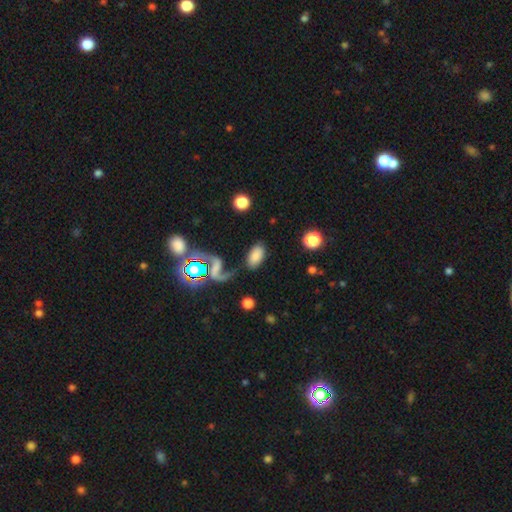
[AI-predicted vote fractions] This is likely a smooth galaxy (76%). How rounded: clearly in between (93%). Merging: likely none (64%).